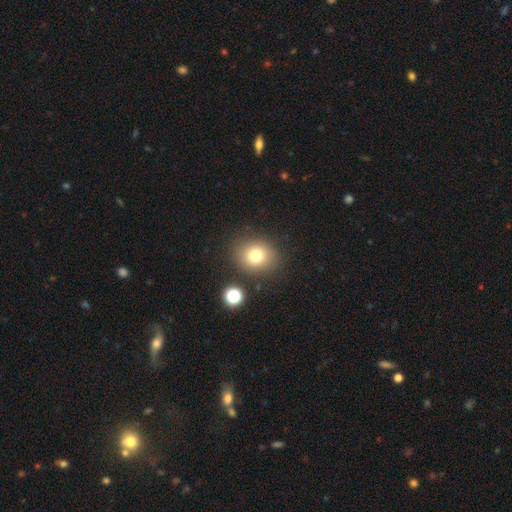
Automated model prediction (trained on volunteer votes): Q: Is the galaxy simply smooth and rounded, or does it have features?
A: smooth — 76%.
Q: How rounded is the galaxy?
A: round — 71%.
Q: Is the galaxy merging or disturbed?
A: none — 82%.